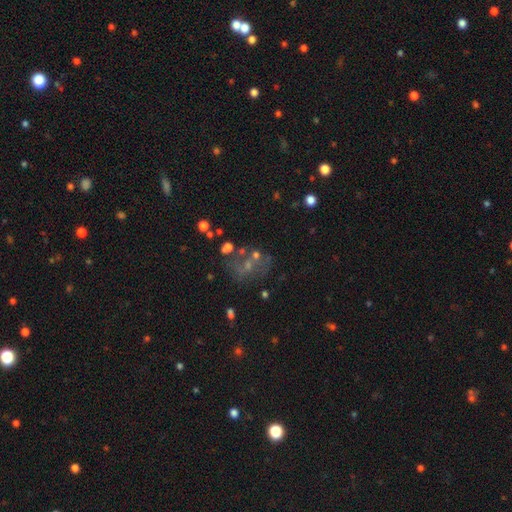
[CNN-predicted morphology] Overall: featured or disk (38%; star or artifact 34%). Merging: none (44%; major disturbance 21%).